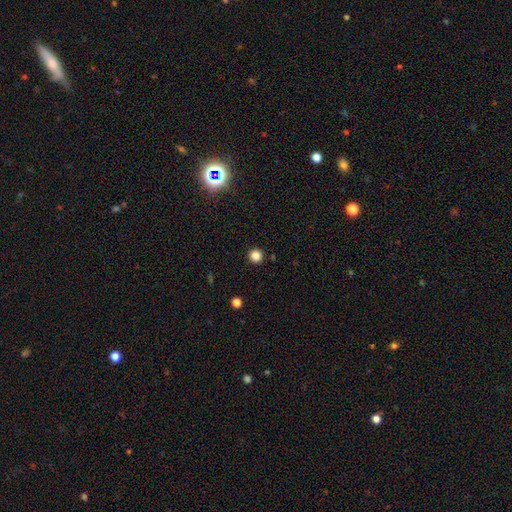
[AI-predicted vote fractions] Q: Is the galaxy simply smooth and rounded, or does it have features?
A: smooth — 83%.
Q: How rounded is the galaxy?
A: round — 95%.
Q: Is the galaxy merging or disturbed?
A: none — 92%.